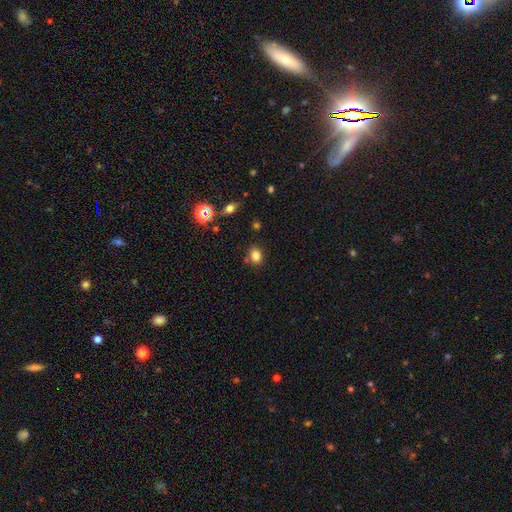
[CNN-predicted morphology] This is clearly a smooth galaxy (80%). How rounded: likely in between (60%). Merging: likely none (78%).